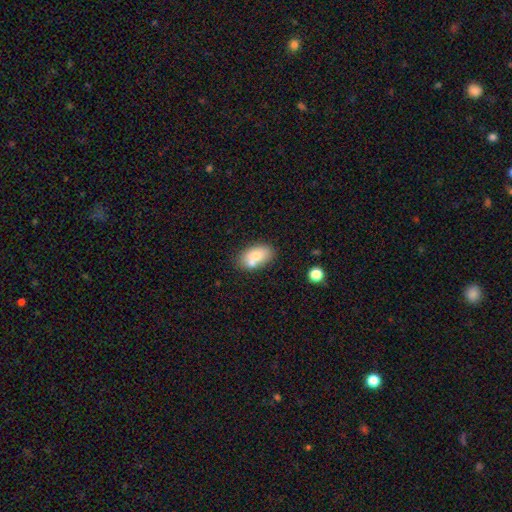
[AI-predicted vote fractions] The model was most divided on "merging": none: 60%, merger: 22%, minor disturbance: 14%, major disturbance: 4%. More confident: how rounded — in between (89%); smooth or featured — smooth (71%).